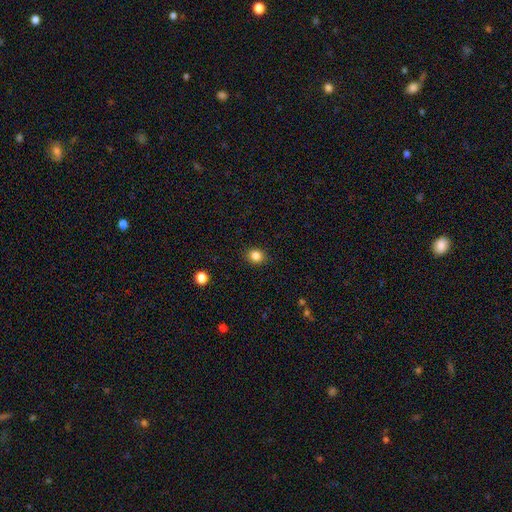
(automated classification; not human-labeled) smooth 85%, star or artifact 11%, featured or disk 4%. Down the decision tree: how rounded — round (73%); merging — none (89%).